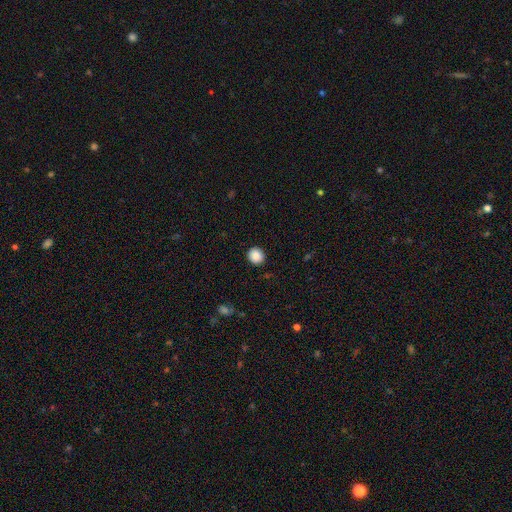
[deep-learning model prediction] A smooth galaxy with no disk features (89%) that is round (86%). Merging: none (91%).